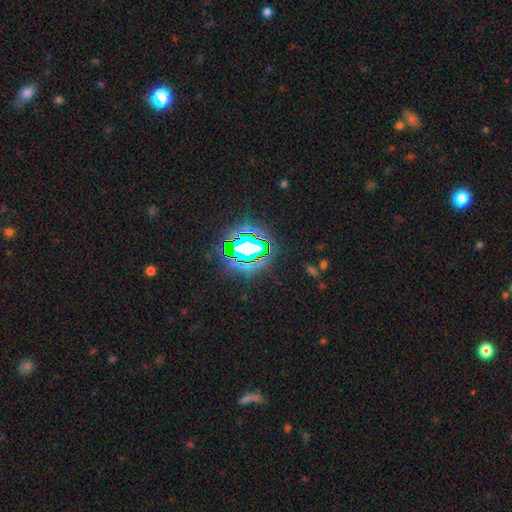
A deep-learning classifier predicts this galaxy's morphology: A star or artifact, not a galaxy (71%).